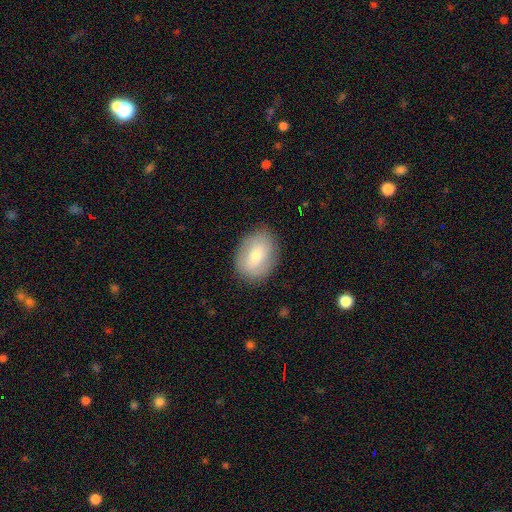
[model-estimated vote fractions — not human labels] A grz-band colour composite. It shows a smooth galaxy with no disk features (62%) that is in between round and cigar-shaped (68%). Merging: none (83%).